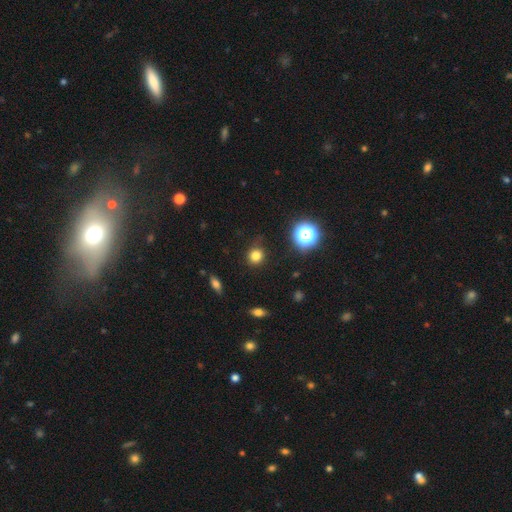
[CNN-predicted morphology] Q: Smooth or featured?
A: smooth (79%); runner-up: star or artifact (15%)
Q: How rounded?
A: round (87%); runner-up: in between (12%)
Q: Merging?
A: none (82%); runner-up: minor disturbance (13%)